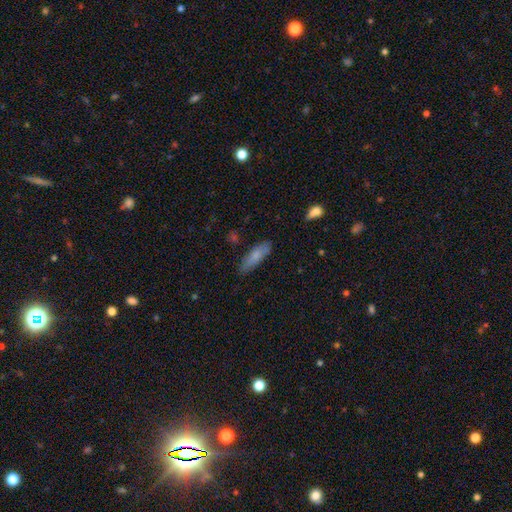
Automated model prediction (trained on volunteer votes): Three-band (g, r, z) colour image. It shows a smooth galaxy with no disk features (76%) that is cigar-shaped (55%). Merging: none (81%).